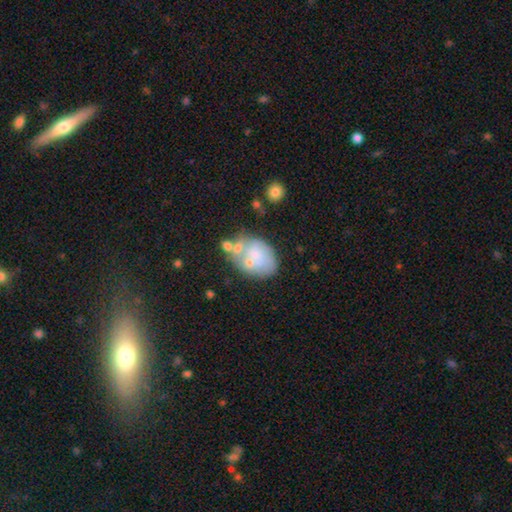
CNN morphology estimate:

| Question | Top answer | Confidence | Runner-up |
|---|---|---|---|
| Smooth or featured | smooth | 50% | featured or disk (41%) |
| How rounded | in between | 77% | round (22%) |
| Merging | none | 40% | merger (23%) |